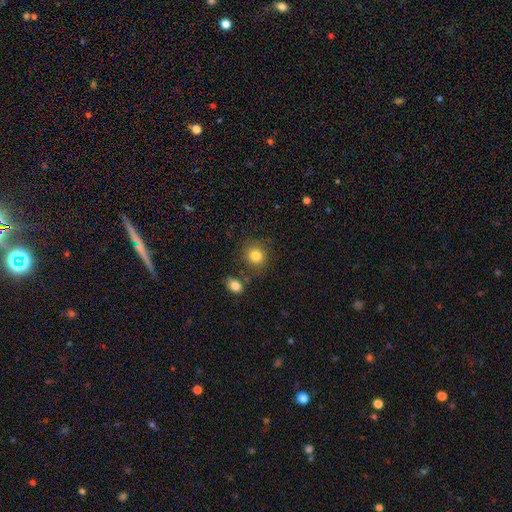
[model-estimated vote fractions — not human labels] Smooth or featured? smooth (83%)
How rounded? round (84%)
Merging? none (80%)